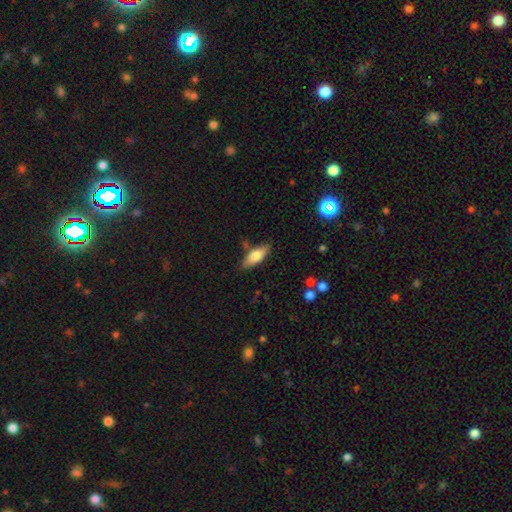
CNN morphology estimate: Smooth or featured? Predicted: smooth (p=0.71). How rounded? Predicted: in between (p=0.69). Merging? Predicted: none (p=0.79).